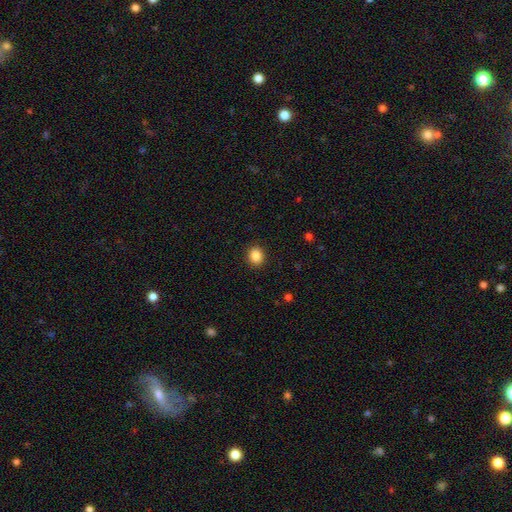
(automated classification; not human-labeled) Overall: smooth (87%). How rounded: round (68%; in between 31%). Merging: none (91%).